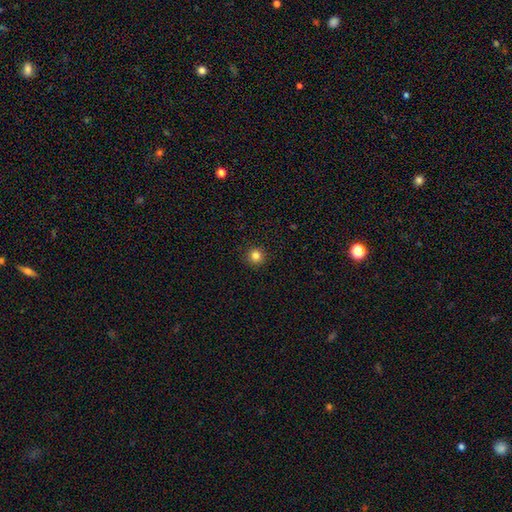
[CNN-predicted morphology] Q: Smooth or featured?
A: smooth (83%); runner-up: star or artifact (13%)
Q: How rounded?
A: round (95%); runner-up: in between (4%)
Q: Merging?
A: none (93%); runner-up: minor disturbance (5%)